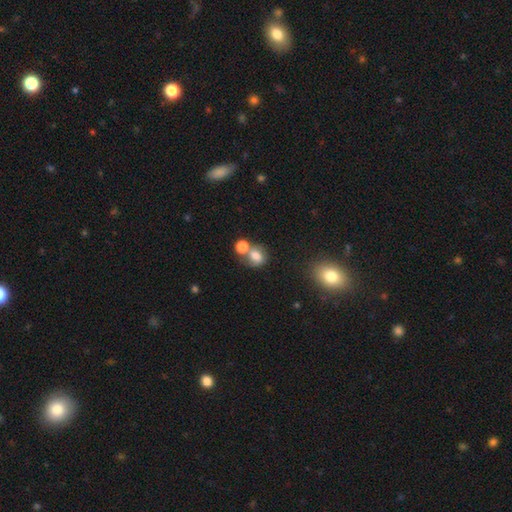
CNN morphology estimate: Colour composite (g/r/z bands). It shows a smooth galaxy with no disk features (74%) that is round (59%). Merging: merger (46%).